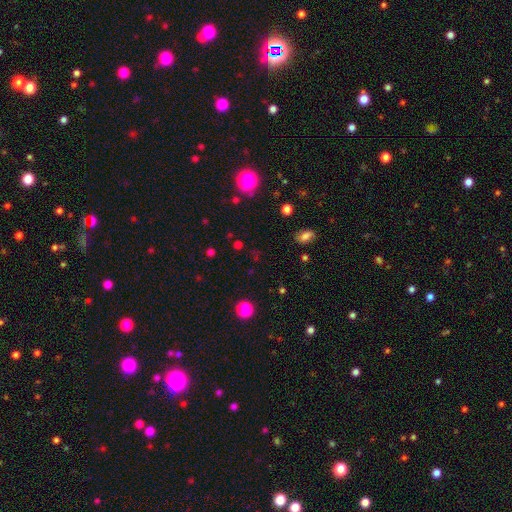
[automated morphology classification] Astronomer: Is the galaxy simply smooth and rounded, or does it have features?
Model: star or artifact — 49% (runner-up: smooth, 43%).